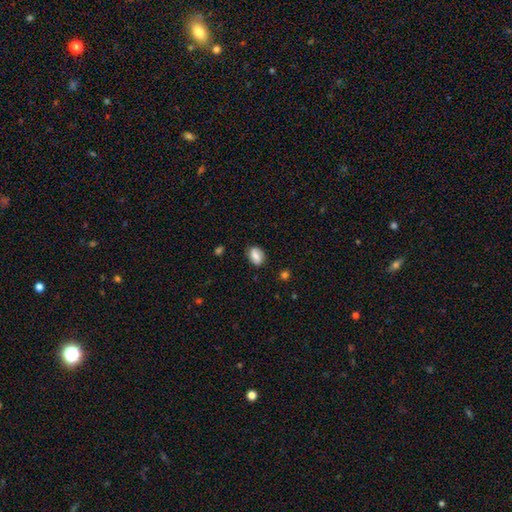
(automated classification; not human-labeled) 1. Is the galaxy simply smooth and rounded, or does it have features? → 72% smooth, 19% featured or disk, 9% star or artifact.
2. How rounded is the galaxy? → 75% in between, 23% round, 2% cigar-shaped.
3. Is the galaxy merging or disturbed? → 79% none, 16% minor disturbance, 4% major disturbance, 2% merger.